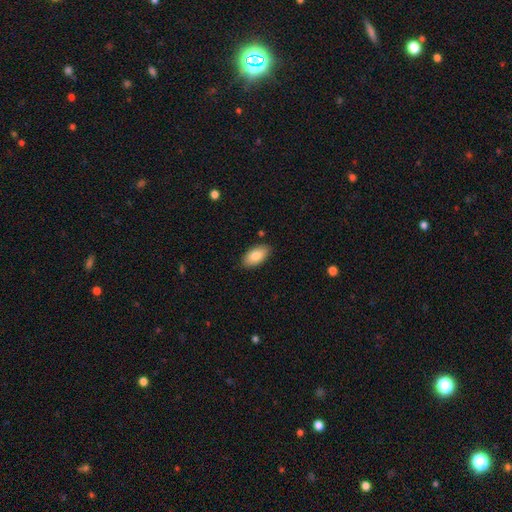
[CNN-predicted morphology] Overall: smooth (82%). How rounded: in between (94%). Merging: none (85%).